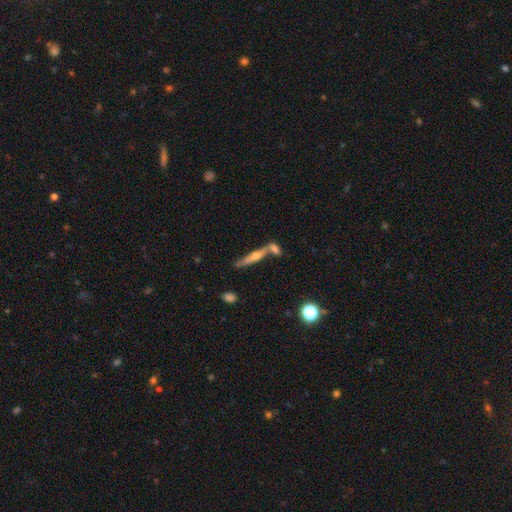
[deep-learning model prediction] Smooth or featured? Predicted: featured or disk (p=0.66). Edge-on disk? Predicted: yes (p=0.92). Edge-on bulge? Predicted: rounded (p=0.88). Merging? Predicted: none (p=0.59).